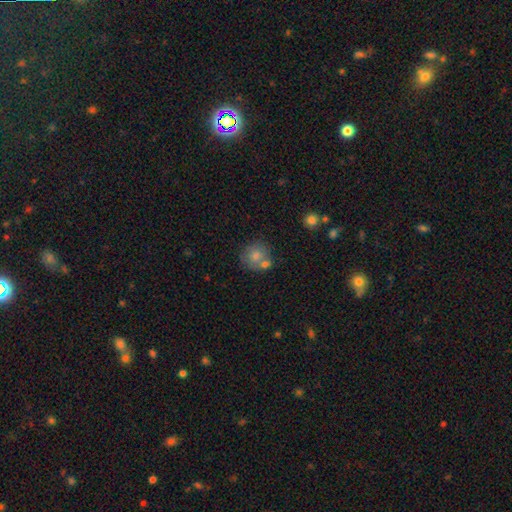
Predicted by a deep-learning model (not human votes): Morphology: type=smooth (76%); roundness=round (84%); merging=none (54%).